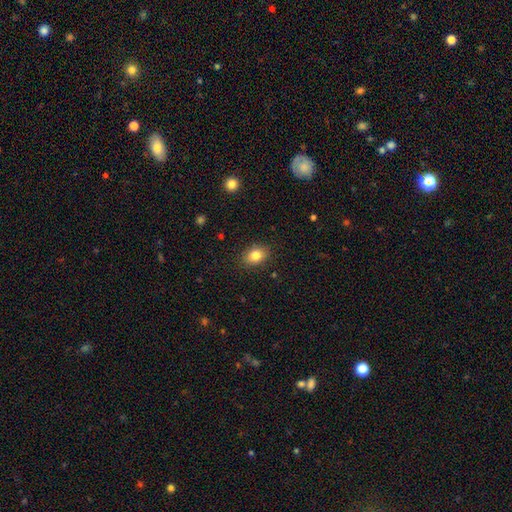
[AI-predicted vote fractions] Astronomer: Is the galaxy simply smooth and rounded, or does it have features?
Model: smooth — 81%.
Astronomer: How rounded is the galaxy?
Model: in between — 69%.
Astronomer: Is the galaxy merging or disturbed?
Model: none — 87%.